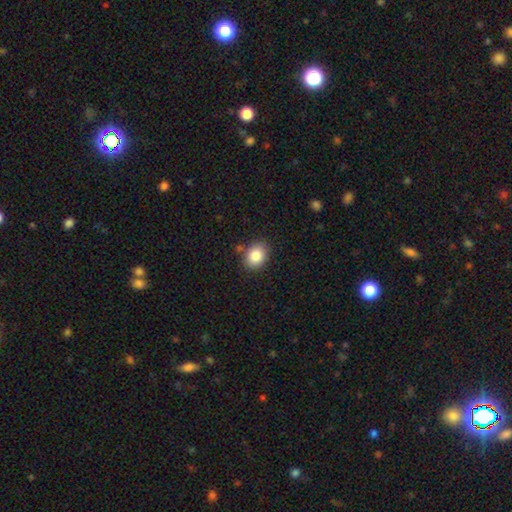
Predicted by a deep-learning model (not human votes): The model was most divided on "how rounded": in between: 57%, round: 42%, cigar-shaped: 1%. More confident: smooth or featured — smooth (84%); merging — none (82%).